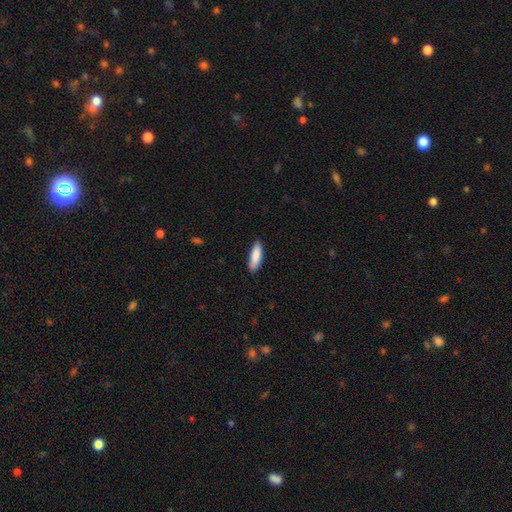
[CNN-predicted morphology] type=smooth (88%); roundness=in between (53%); merging=none (84%).